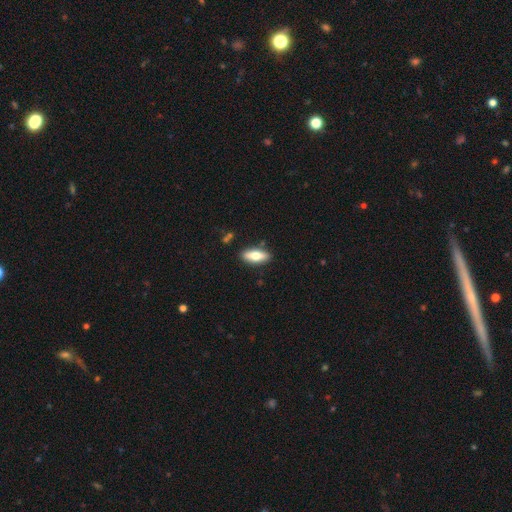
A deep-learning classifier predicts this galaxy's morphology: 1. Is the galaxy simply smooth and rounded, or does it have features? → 69% smooth, 25% featured or disk, 6% star or artifact.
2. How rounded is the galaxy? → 75% in between, 22% cigar-shaped, 2% round.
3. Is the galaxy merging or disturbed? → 86% none, 10% minor disturbance, 2% merger, 2% major disturbance.